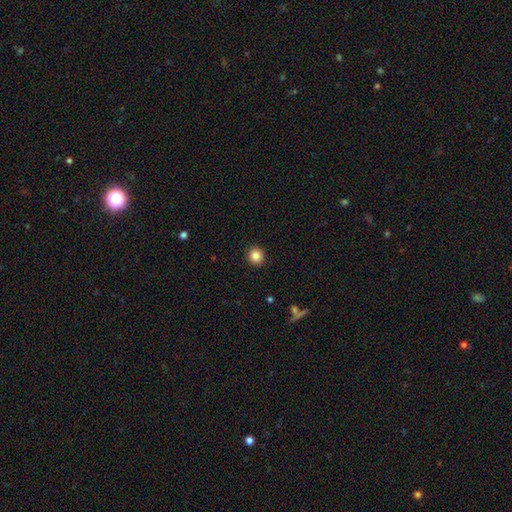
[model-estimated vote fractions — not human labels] Smooth or featured: smooth — 85% (star or artifact — 11%)
How rounded: round — 92% (in between — 7%)
Merging: none — 92% (minor disturbance — 5%)